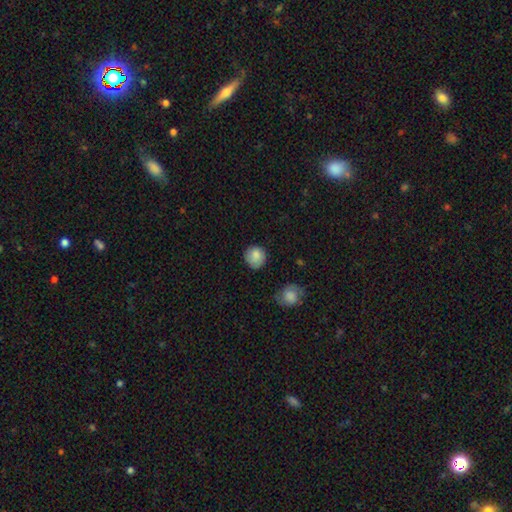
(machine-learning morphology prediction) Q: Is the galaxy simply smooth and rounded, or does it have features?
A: smooth — 86%.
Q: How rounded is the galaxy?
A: round — 89%.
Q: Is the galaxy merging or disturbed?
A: none — 81%.